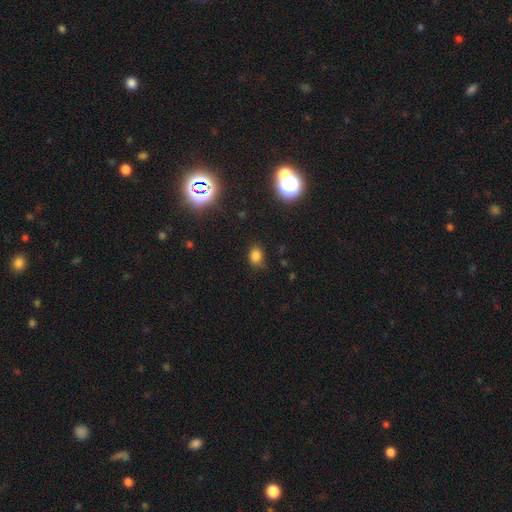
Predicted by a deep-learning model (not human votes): The model was most divided on "how rounded": in between: 64%, round: 35%, cigar-shaped: 1%. More confident: smooth or featured — smooth (78%); merging — none (75%).